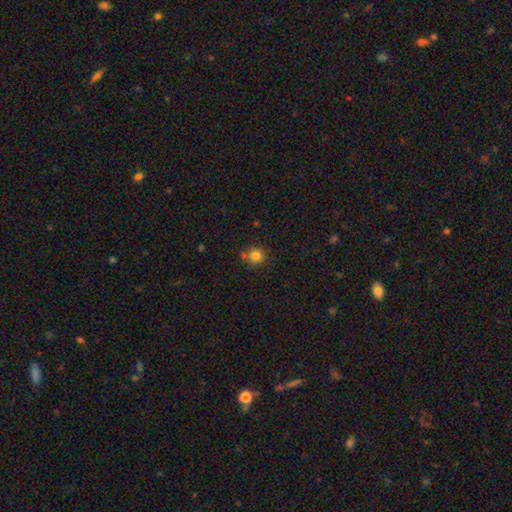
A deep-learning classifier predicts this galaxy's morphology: Smooth or featured? Predicted: smooth (p=0.82). How rounded? Predicted: round (p=0.92). Merging? Predicted: none (p=0.72).